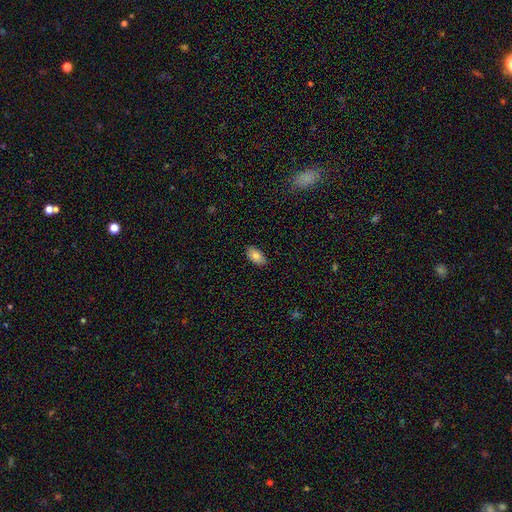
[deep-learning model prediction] Smooth or featured: smooth — 81% (featured or disk — 12%)
How rounded: in between — 93% (round — 4%)
Merging: none — 86% (minor disturbance — 11%)